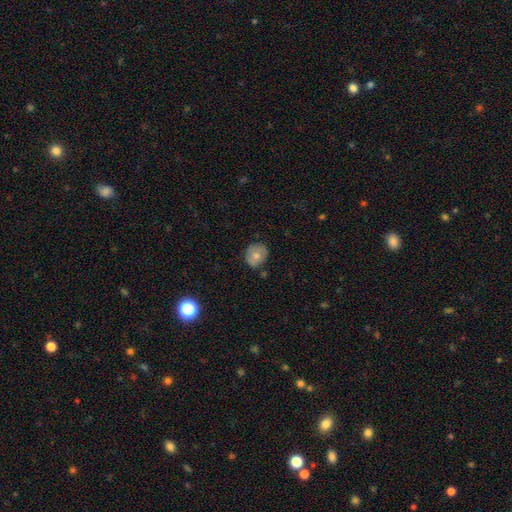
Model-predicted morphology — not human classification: A smooth galaxy with no disk features (69%) that is round (66%). Merging: none (73%).